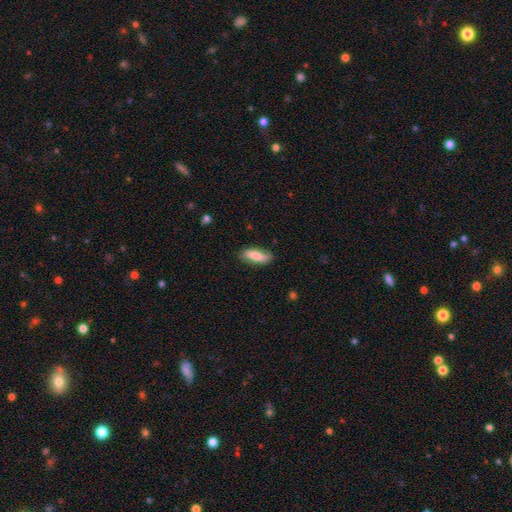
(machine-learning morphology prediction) Smooth or featured: smooth — 71% (featured or disk — 23%)
How rounded: in between — 60% (cigar-shaped — 38%)
Merging: none — 78% (minor disturbance — 17%)